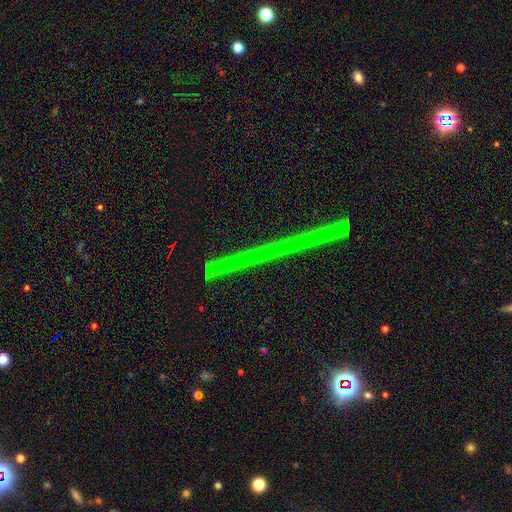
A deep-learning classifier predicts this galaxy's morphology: A star or artifact, not a galaxy (77%).